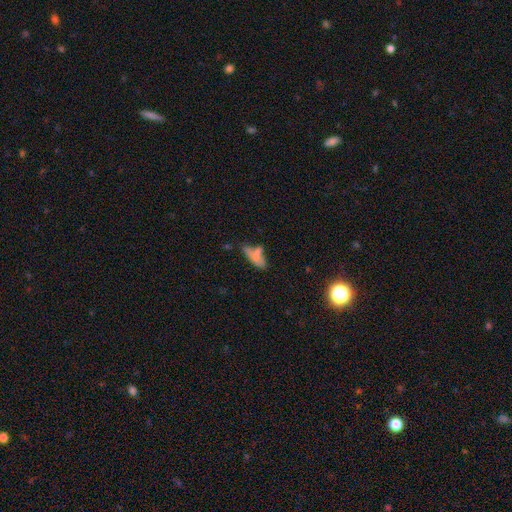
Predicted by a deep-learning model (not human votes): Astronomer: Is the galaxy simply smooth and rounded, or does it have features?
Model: smooth — 61%.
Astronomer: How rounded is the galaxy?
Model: in between — 62%.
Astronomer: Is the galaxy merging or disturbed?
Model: none — 33% (runner-up: merger, 30%).